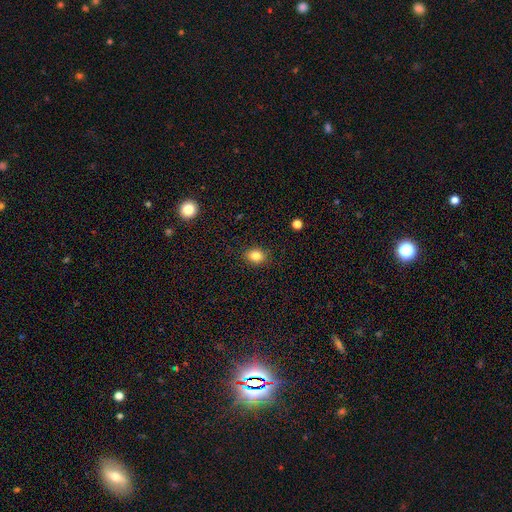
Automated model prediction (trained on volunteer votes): The model was most divided on "how rounded": in between: 57%, round: 42%, cigar-shaped: 1%. More confident: merging — none (88%); smooth or featured — smooth (84%).